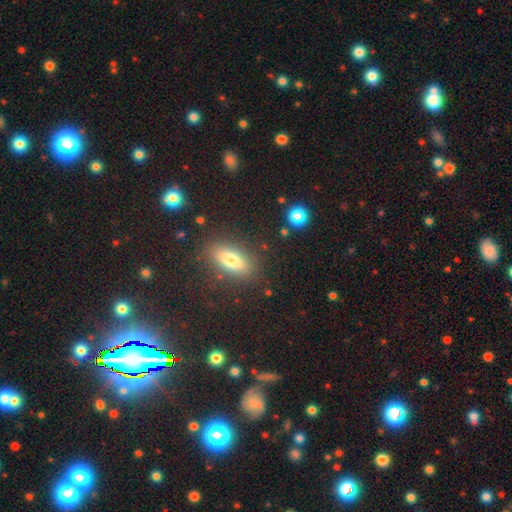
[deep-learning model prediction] Q: Smooth or featured?
A: smooth (47%); runner-up: star or artifact (37%)
Q: Merging?
A: none (87%); runner-up: minor disturbance (8%)